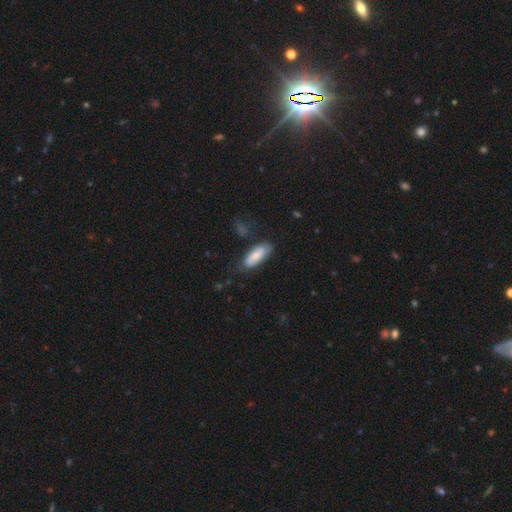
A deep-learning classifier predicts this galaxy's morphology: Smooth or featured?
  - smooth: 76% *
  - featured or disk: 18%
  - star or artifact: 6%
How rounded?
  - in between: 77% *
  - cigar-shaped: 21%
  - round: 2%
Merging?
  - none: 69% *
  - minor disturbance: 22%
  - major disturbance: 7%
  - merger: 3%